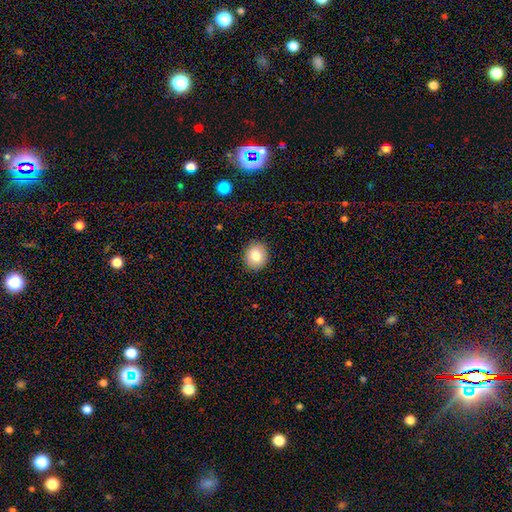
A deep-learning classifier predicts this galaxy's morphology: A smooth galaxy with no disk features (82%) that is round (78%).

Vote fractions:
- Smooth or featured? smooth: 82% / featured or disk: 9% / star or artifact: 9%
- How rounded? round: 78% / in between: 21% / cigar-shaped: 1%
- Merging? none: 90% / minor disturbance: 7% / major disturbance: 2% / merger: 1%